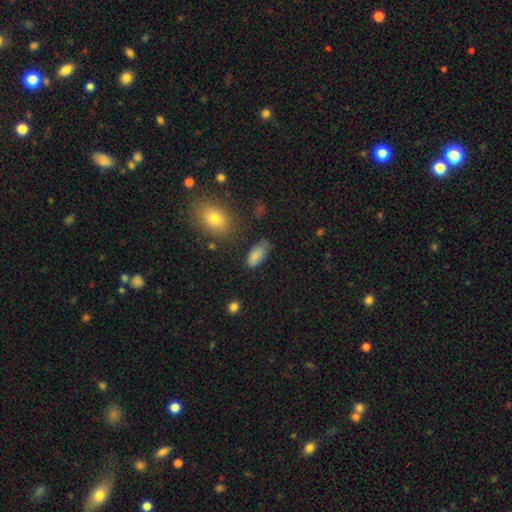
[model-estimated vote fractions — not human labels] Q: Smooth or featured?
A: smooth (84%); runner-up: star or artifact (8%)
Q: How rounded?
A: in between (89%); runner-up: cigar-shaped (8%)
Q: Merging?
A: none (66%); runner-up: minor disturbance (24%)